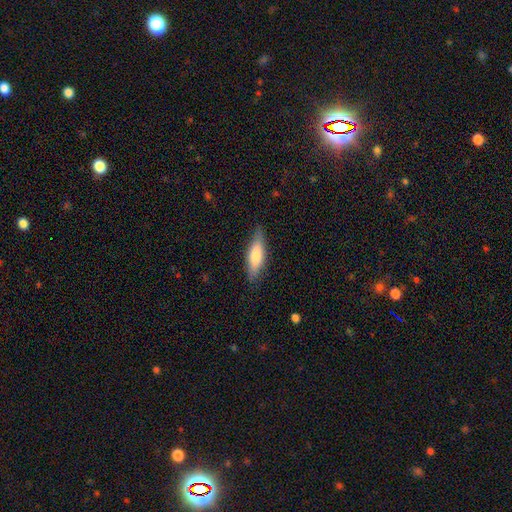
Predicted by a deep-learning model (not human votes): smooth-or-featured: smooth: 72% | featured or disk: 23% | star or artifact: 6%
  how-rounded: cigar-shaped: 55% | in between: 43% | round: 2%
  merging: none: 83% | minor disturbance: 14% | major disturbance: 3% | merger: 1%